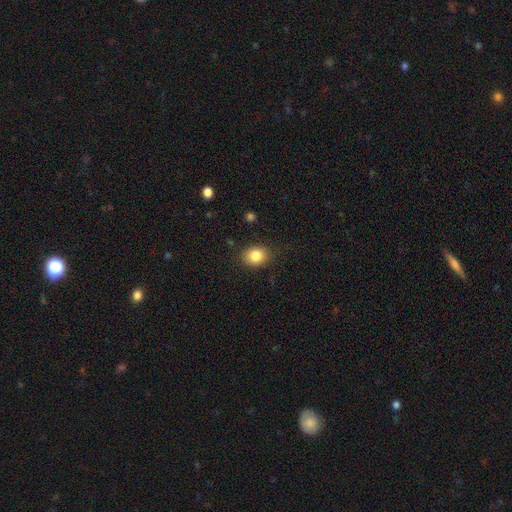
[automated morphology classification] smooth_or_featured: smooth (p=0.84) [alt: star or artifact p=0.10]
how_rounded: in between (p=0.50) [alt: round p=0.49]
merging: none (p=0.81) [alt: minor disturbance p=0.14]